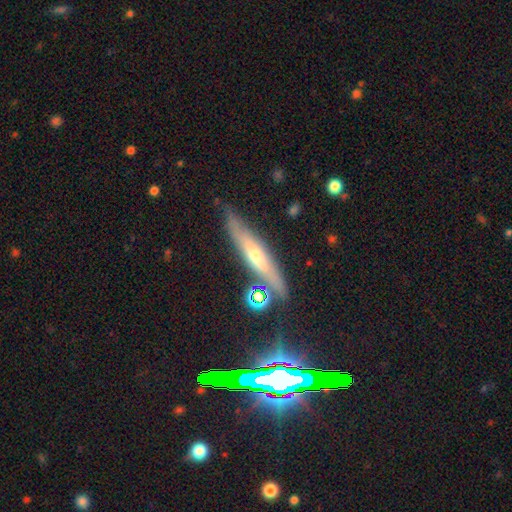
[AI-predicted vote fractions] Morphology: type=featured or disk (56%); edge-on=yes (85%); merging=none (78%).